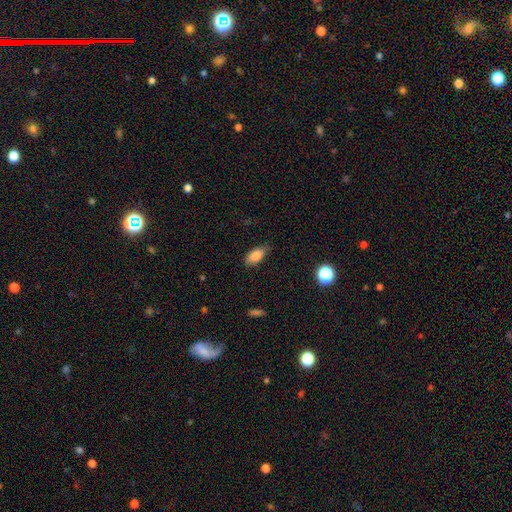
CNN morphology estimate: smooth 82%, featured or disk 10%, star or artifact 8%. Down the decision tree: how rounded — in between (90%); merging — none (82%).